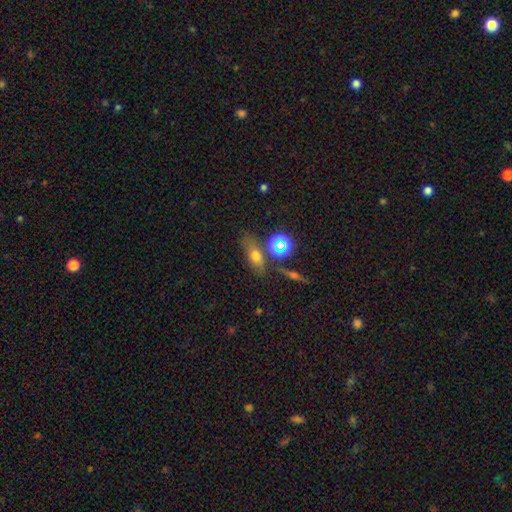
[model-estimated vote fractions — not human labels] Smooth or featured? Predicted: smooth (p=0.61). How rounded? Predicted: in between (p=0.62). Merging? Predicted: none (p=0.68).